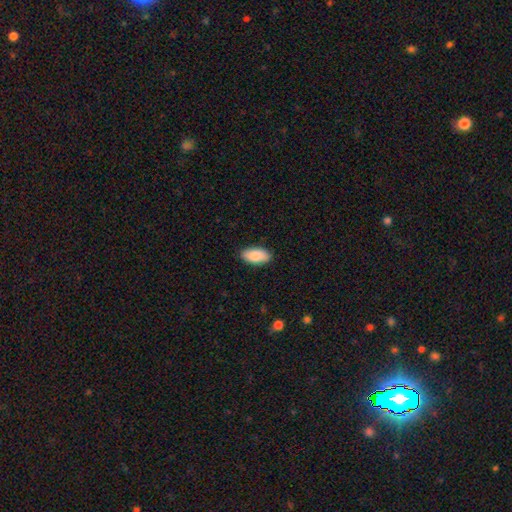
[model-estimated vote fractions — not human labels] Q: Smooth or featured?
A: smooth (87%); runner-up: featured or disk (7%)
Q: How rounded?
A: in between (94%); runner-up: cigar-shaped (4%)
Q: Merging?
A: none (88%); runner-up: minor disturbance (9%)